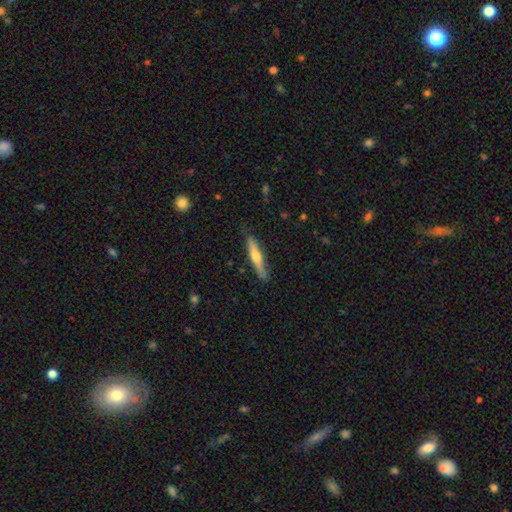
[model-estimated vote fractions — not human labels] Smooth or featured: featured or disk — 50% (smooth — 44%)
Edge-on disk: yes — 94% (no — 6%)
Merging: none — 85% (minor disturbance — 12%)